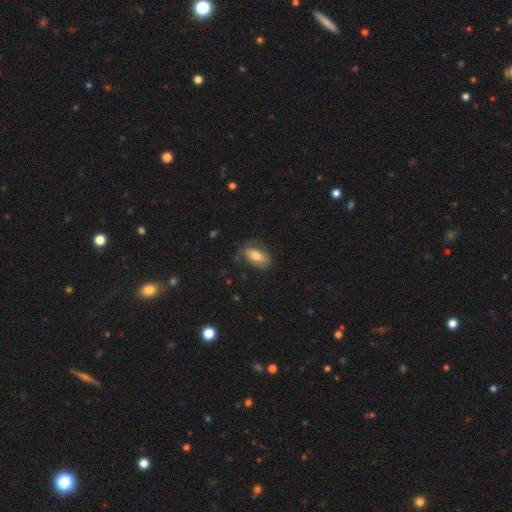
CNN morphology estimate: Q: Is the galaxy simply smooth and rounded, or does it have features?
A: smooth — 72%.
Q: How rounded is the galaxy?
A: in between — 90%.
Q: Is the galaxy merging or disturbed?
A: none — 66%.